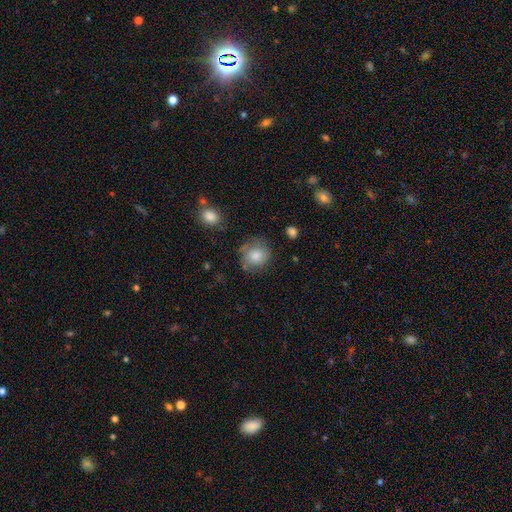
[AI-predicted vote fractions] A smooth galaxy with no disk features (74%) that is round (83%).

Vote fractions:
- Smooth or featured? smooth: 74% / featured or disk: 18% / star or artifact: 8%
- How rounded? round: 83% / in between: 16% / cigar-shaped: 1%
- Merging? none: 66% / minor disturbance: 22% / major disturbance: 9% / merger: 3%